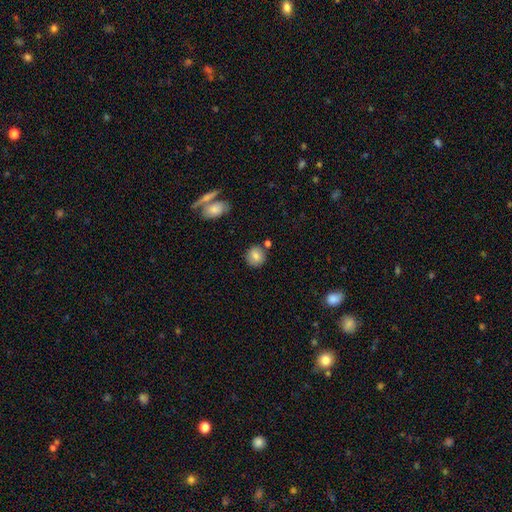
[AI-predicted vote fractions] Smooth or featured?
  - smooth: 81% *
  - featured or disk: 10%
  - star or artifact: 9%
How rounded?
  - round: 85% *
  - in between: 14%
  - cigar-shaped: 1%
Merging?
  - none: 79% *
  - minor disturbance: 11%
  - merger: 8%
  - major disturbance: 3%